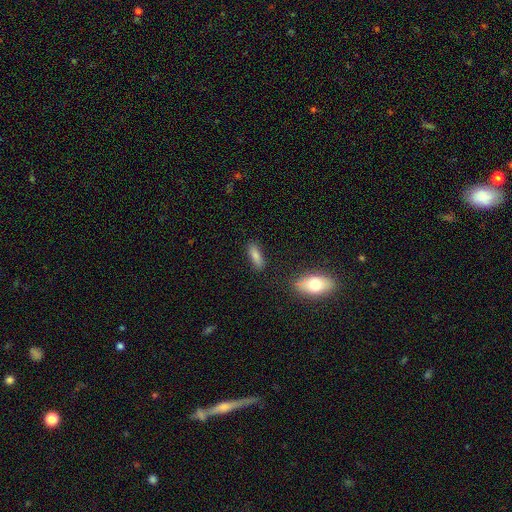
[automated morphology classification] Smooth or featured? Predicted: smooth (p=0.81). How rounded? Predicted: in between (p=0.55). Merging? Predicted: none (p=0.83).